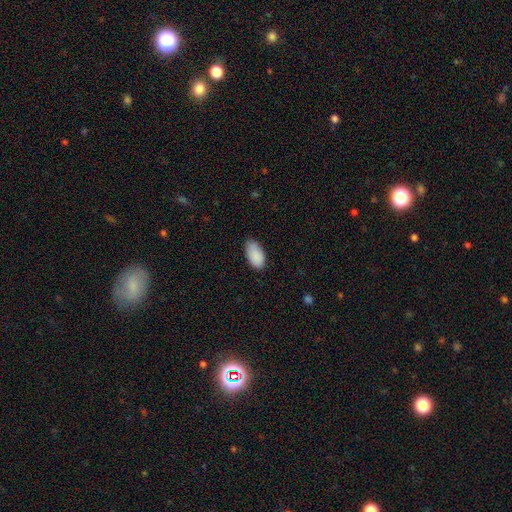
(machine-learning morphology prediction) smooth-or-featured: smooth: 89% | star or artifact: 7% | featured or disk: 5%
  how-rounded: in between: 95% | round: 3% | cigar-shaped: 2%
  merging: none: 72% | minor disturbance: 23% | major disturbance: 3% | merger: 1%